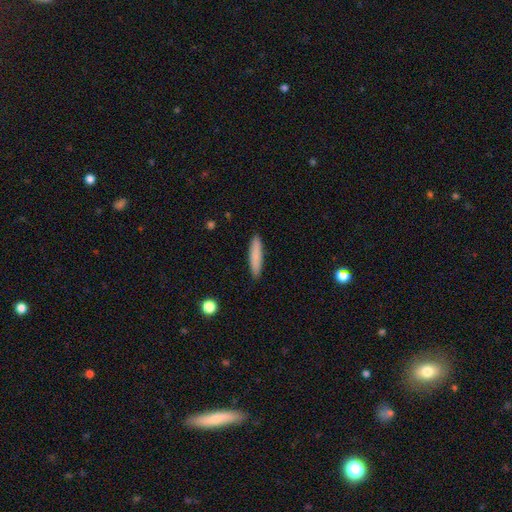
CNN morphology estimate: smooth_or_featured: smooth (p=0.84) [alt: featured or disk p=0.10]
how_rounded: cigar-shaped (p=0.84) [alt: in between p=0.15]
merging: none (p=0.90) [alt: minor disturbance p=0.07]